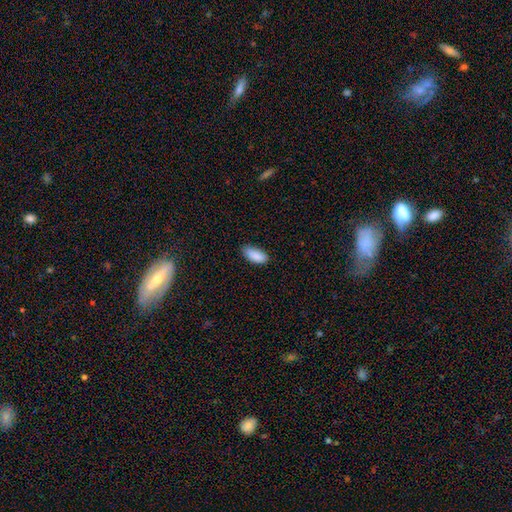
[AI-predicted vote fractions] smooth_or_featured: smooth (p=0.89) [alt: star or artifact p=0.07]
how_rounded: in between (p=0.90) [alt: cigar-shaped p=0.08]
merging: none (p=0.72) [alt: minor disturbance p=0.23]